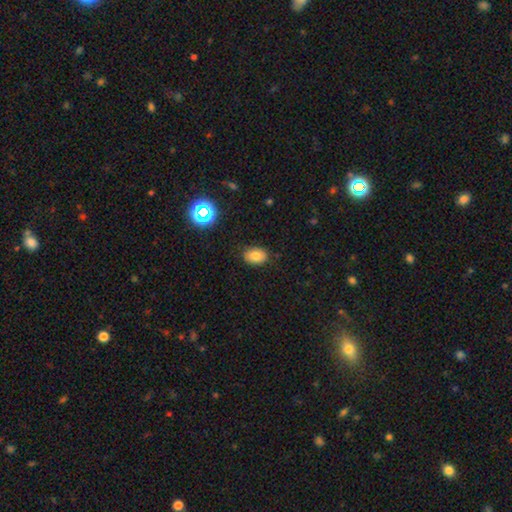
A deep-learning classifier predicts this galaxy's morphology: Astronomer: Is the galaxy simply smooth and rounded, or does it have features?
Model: smooth — 79%.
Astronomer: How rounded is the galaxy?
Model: in between — 79%.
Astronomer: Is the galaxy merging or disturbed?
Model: none — 86%.